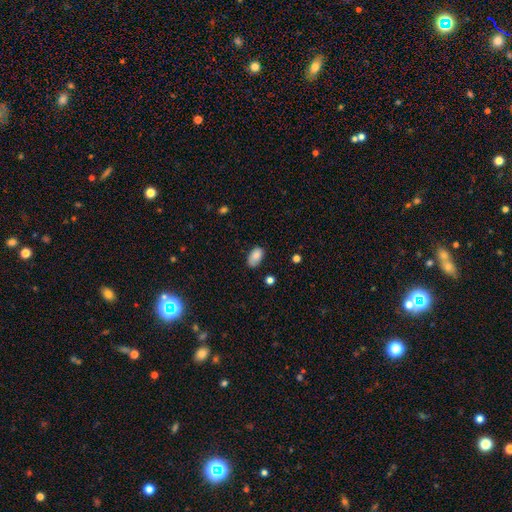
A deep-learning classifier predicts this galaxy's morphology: A smooth galaxy with no disk features (85%) that is in between round and cigar-shaped (93%).

Vote fractions:
- Smooth or featured? smooth: 85% / star or artifact: 8% / featured or disk: 7%
- How rounded? in between: 93% / round: 5% / cigar-shaped: 2%
- Merging? none: 67% / minor disturbance: 26% / major disturbance: 5% / merger: 2%